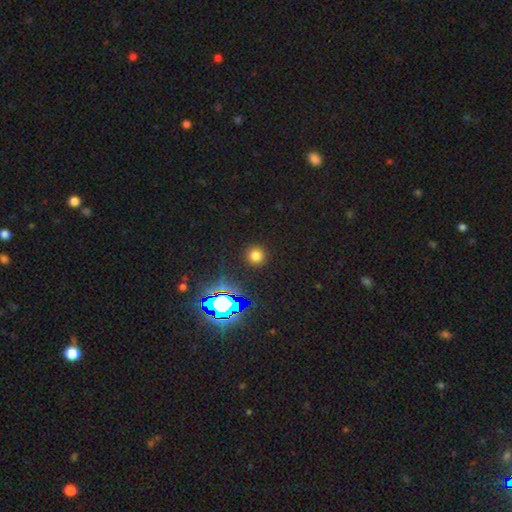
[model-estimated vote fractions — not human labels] Smooth or featured?
  - smooth: 71% *
  - star or artifact: 24%
  - featured or disk: 6%
How rounded?
  - round: 93% *
  - in between: 6%
  - cigar-shaped: 1%
Merging?
  - none: 91% *
  - minor disturbance: 5%
  - major disturbance: 3%
  - merger: 1%